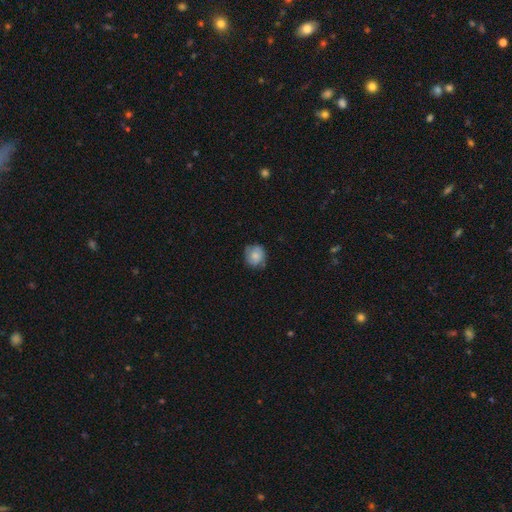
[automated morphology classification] smooth-or-featured: smooth: 71% | featured or disk: 21% | star or artifact: 8%
  how-rounded: round: 82% | in between: 17% | cigar-shaped: 1%
  merging: none: 68% | minor disturbance: 25% | major disturbance: 6% | merger: 2%